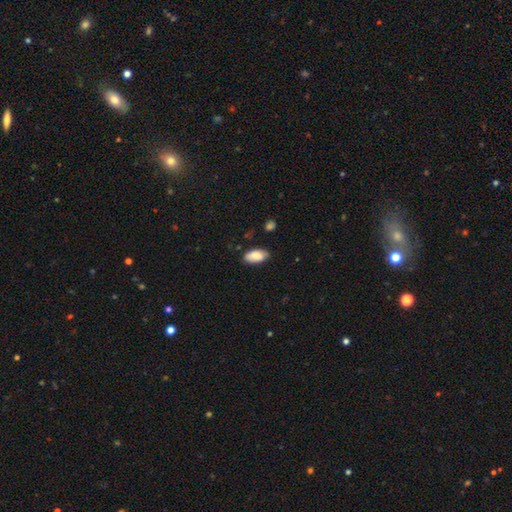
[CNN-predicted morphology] type=smooth (84%); roundness=in between (93%); merging=none (80%).